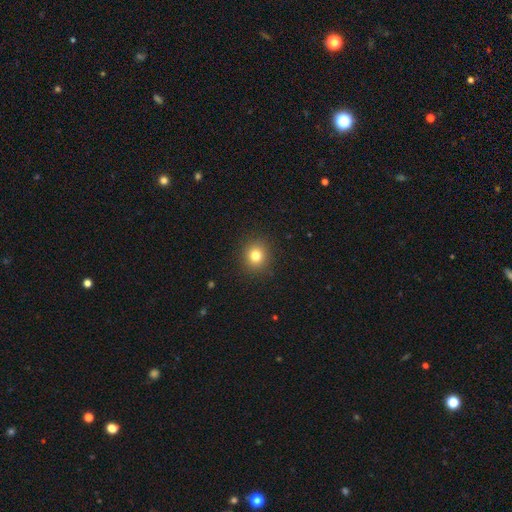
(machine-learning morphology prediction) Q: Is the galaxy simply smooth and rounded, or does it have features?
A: smooth — 79%.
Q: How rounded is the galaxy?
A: round — 85%.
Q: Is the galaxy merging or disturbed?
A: none — 91%.